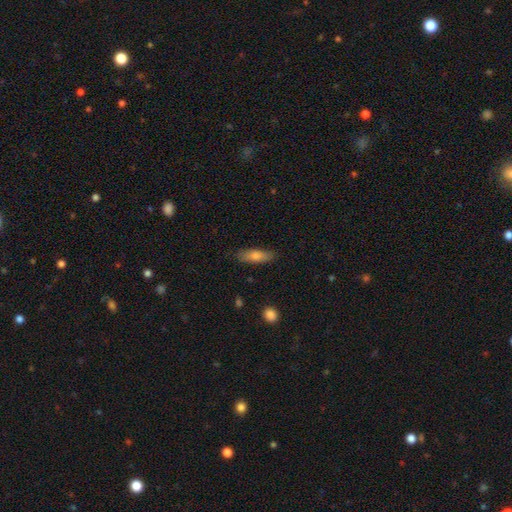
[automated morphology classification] smooth_or_featured: smooth (p=0.71) [alt: featured or disk p=0.22]
how_rounded: cigar-shaped (p=0.59) [alt: in between p=0.39]
merging: none (p=0.85) [alt: minor disturbance p=0.11]